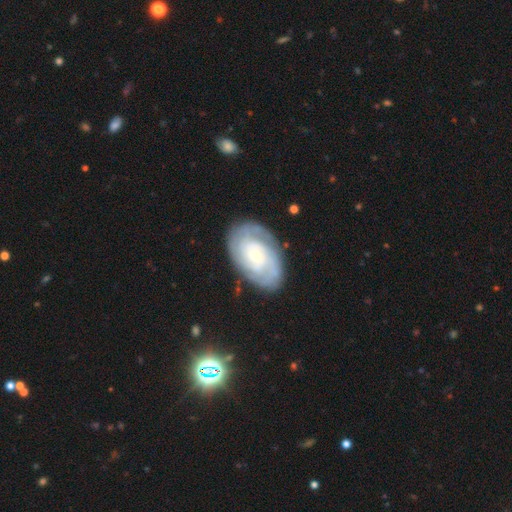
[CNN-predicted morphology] smooth-or-featured: featured or disk: 80% | smooth: 14% | star or artifact: 6%
  disk-edge-on: no: 97% | yes: 3%
    bar: no: 72% | weak: 23% | strong: 5%
    has-spiral-arms: yes: 94% | no: 6%
      spiral-winding: tight: 69% | medium: 25% | loose: 6%
      spiral-arm-count: can't tell: 36% | 2: 33% | 3: 15% | 4: 7% | 1: 5% | more than 4: 5%
    bulge-size: small: 71% | moderate: 22% | large: 3% | none: 3% | dominant: 1%
  merging: none: 79% | minor disturbance: 15% | major disturbance: 5% | merger: 2%